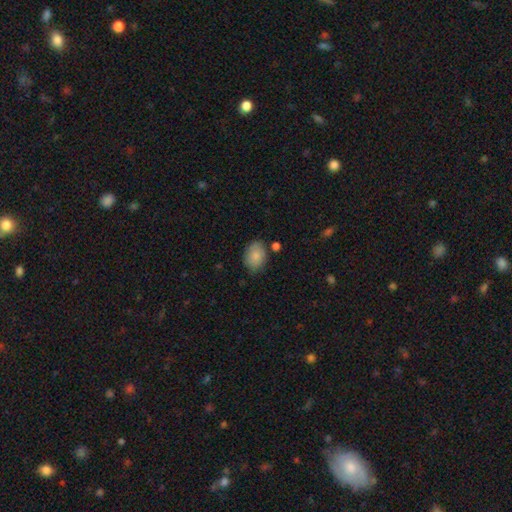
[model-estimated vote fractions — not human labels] A smooth galaxy with no disk features (85%) that is in between round and cigar-shaped (79%). Merging: none (75%).